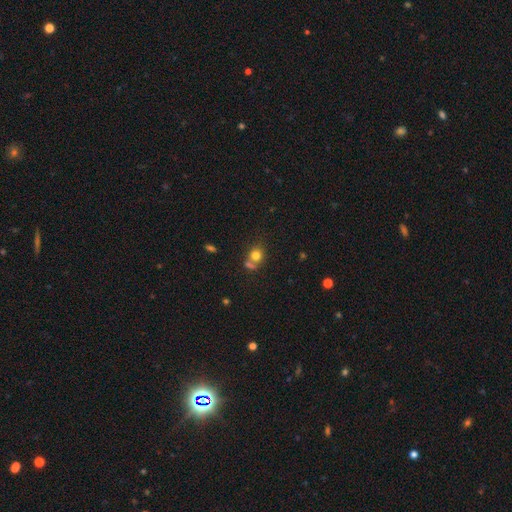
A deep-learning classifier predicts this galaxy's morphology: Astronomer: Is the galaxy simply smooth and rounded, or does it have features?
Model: smooth — 77%.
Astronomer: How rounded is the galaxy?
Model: round — 75%.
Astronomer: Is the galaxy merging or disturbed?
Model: none — 51% (runner-up: merger, 30%).